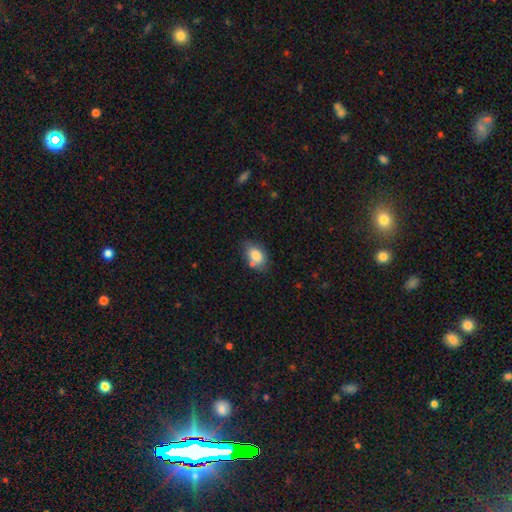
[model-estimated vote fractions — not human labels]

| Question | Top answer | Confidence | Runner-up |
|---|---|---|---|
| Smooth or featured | smooth | 81% | featured or disk (11%) |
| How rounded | in between | 84% | round (14%) |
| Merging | none | 65% | minor disturbance (19%) |